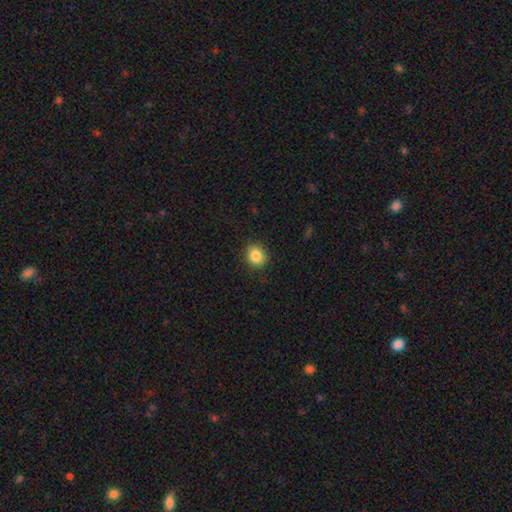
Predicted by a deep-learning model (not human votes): Smooth or featured?
  - smooth: 85% *
  - star or artifact: 10%
  - featured or disk: 5%
How rounded?
  - round: 74% *
  - in between: 25%
  - cigar-shaped: 1%
Merging?
  - none: 89% *
  - minor disturbance: 8%
  - major disturbance: 2%
  - merger: 1%